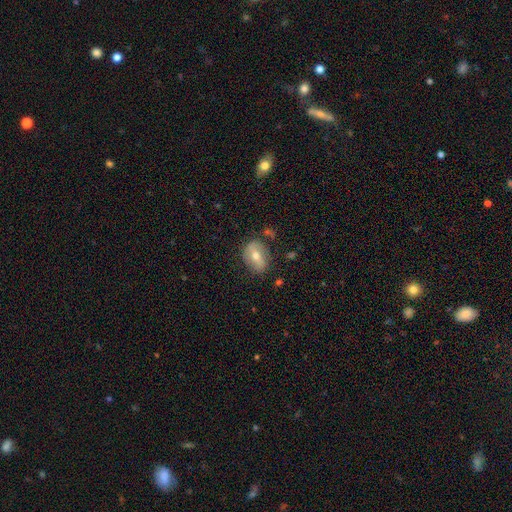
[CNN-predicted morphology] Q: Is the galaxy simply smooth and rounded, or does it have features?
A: smooth — 48%.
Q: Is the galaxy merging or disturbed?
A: none — 74%.